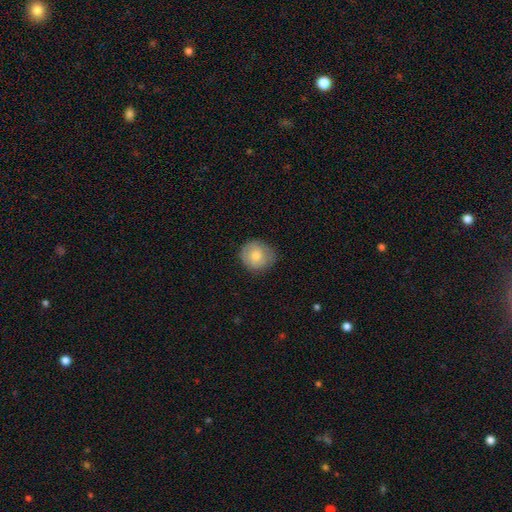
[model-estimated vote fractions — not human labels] Smooth or featured: smooth — 74% (featured or disk — 18%)
How rounded: round — 84% (in between — 15%)
Merging: none — 78% (minor disturbance — 17%)